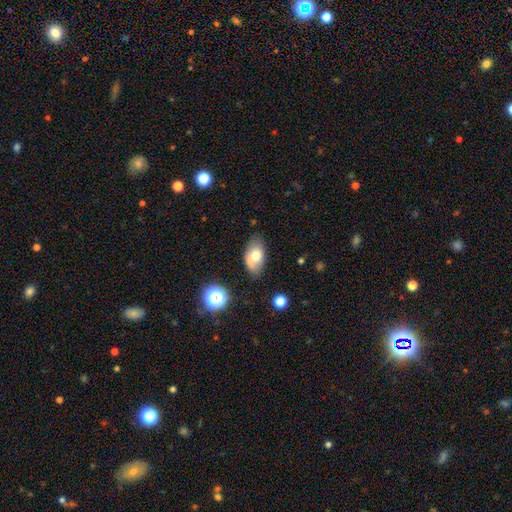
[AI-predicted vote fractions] Smooth or featured?
  - smooth: 67% *
  - featured or disk: 23%
  - star or artifact: 10%
How rounded?
  - in between: 90% *
  - round: 8%
  - cigar-shaped: 2%
Merging?
  - none: 58% *
  - minor disturbance: 28%
  - merger: 8%
  - major disturbance: 7%